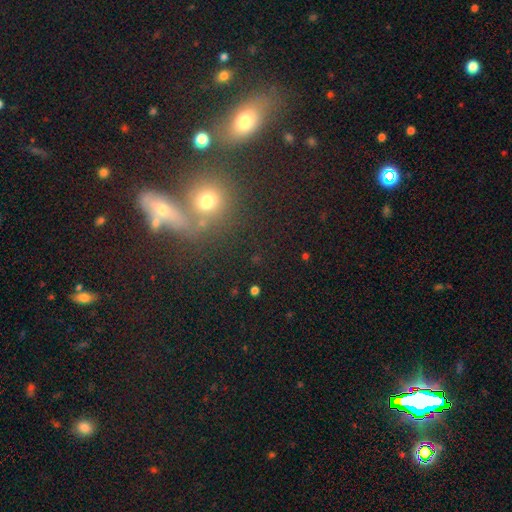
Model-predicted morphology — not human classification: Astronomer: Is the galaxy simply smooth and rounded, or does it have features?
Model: smooth — 50% (runner-up: star or artifact, 32%).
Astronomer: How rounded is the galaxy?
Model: round — 63%.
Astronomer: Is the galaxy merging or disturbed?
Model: none — 55%.